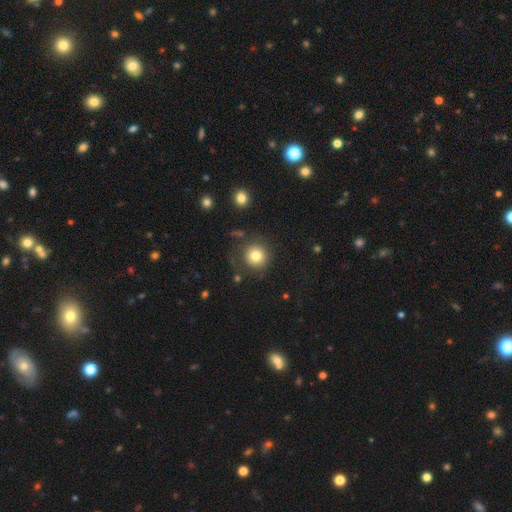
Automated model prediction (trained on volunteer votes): This appears to be a smooth galaxy with no disk features (79%) that is round (93%). Merging: none (81%).